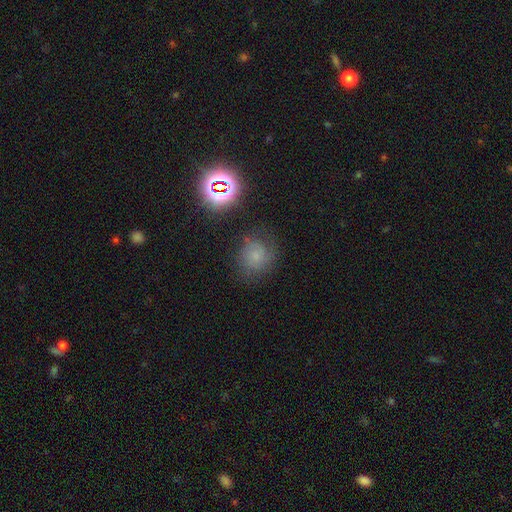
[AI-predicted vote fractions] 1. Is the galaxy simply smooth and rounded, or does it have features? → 54% smooth, 24% star or artifact, 21% featured or disk.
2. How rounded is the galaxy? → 77% round, 22% in between, 1% cigar-shaped.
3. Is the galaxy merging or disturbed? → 67% none, 20% minor disturbance, 9% major disturbance, 3% merger.